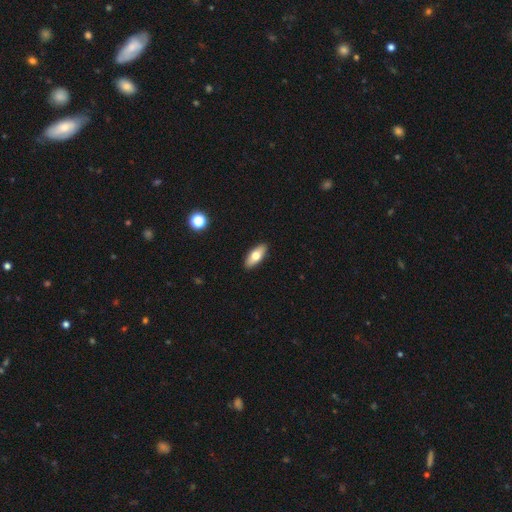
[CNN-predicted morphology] smooth 69%, featured or disk 25%, star or artifact 6%. Down the decision tree: how rounded — in between (76%); merging — none (91%).